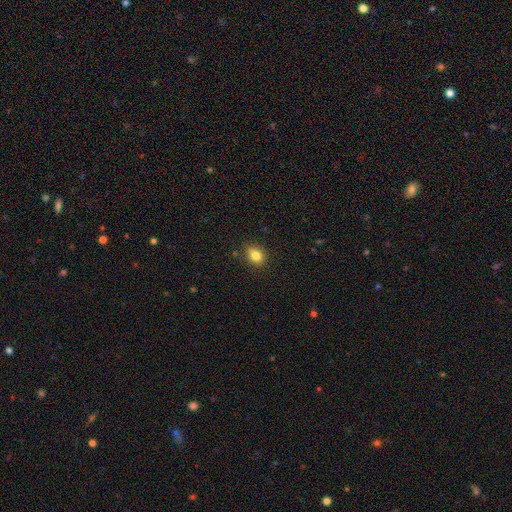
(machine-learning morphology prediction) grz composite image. It shows a smooth galaxy with no disk features (82%) that is round (49%, tied with in between). Merging: none (76%).